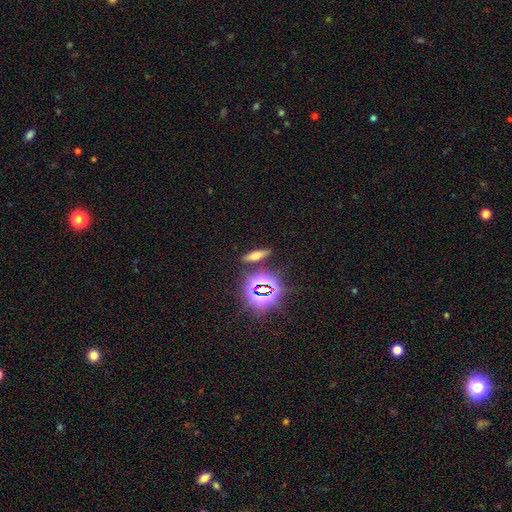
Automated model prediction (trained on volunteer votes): smooth-or-featured: smooth: 48% | star or artifact: 27% | featured or disk: 24%
  merging: none: 86% | minor disturbance: 8% | merger: 4% | major disturbance: 3%